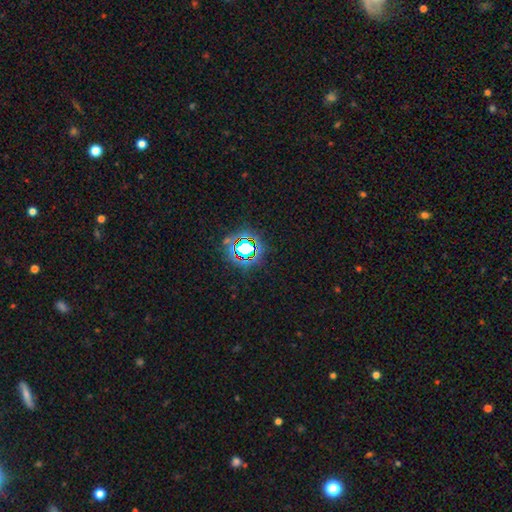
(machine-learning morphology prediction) smooth_or_featured: star or artifact (p=0.70) [alt: smooth p=0.20]